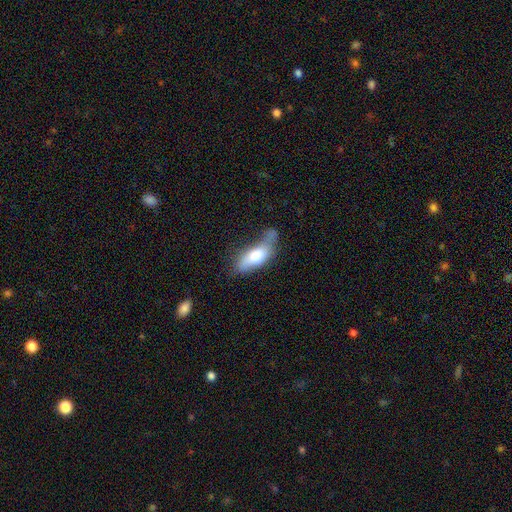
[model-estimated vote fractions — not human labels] This appears to be a smooth galaxy with no disk features (66%) that is in between round and cigar-shaped (69%). Merging: none (31%).